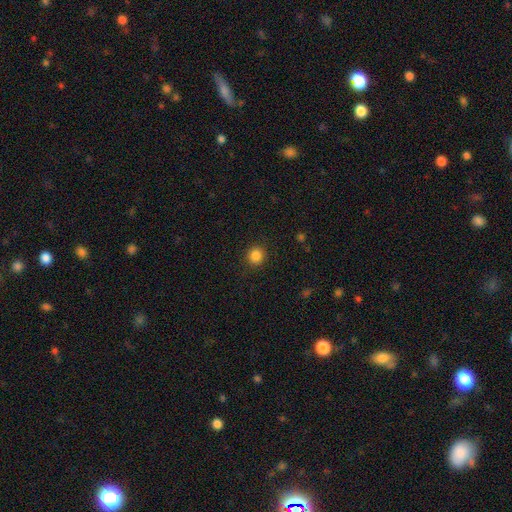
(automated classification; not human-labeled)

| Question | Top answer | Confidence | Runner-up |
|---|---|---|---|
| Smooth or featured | smooth | 85% | star or artifact (12%) |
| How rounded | round | 91% | in between (8%) |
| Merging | none | 90% | minor disturbance (6%) |